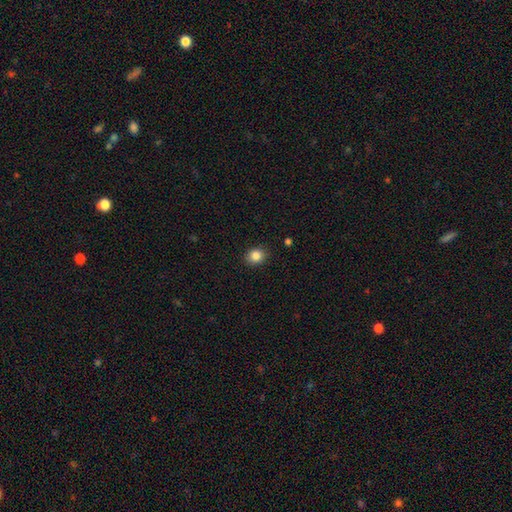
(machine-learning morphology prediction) A smooth galaxy with no disk features (85%) that is round (68%).

Vote fractions:
- Smooth or featured? smooth: 85% / star or artifact: 10% / featured or disk: 5%
- How rounded? round: 68% / in between: 31% / cigar-shaped: 1%
- Merging? none: 89% / minor disturbance: 8% / major disturbance: 2% / merger: 1%